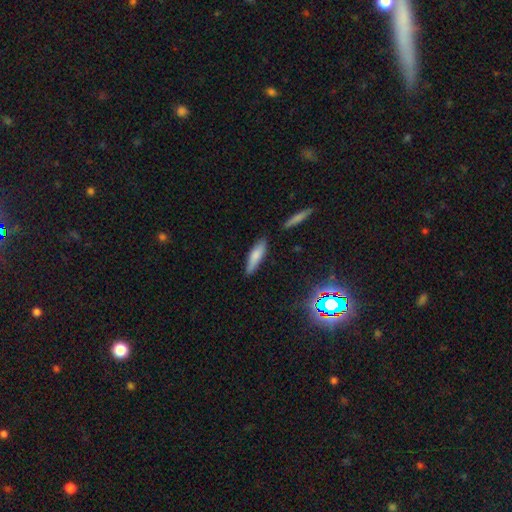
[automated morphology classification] smooth 78%, featured or disk 14%, star or artifact 7%. Down the decision tree: how rounded — cigar-shaped (61%); merging — none (81%).